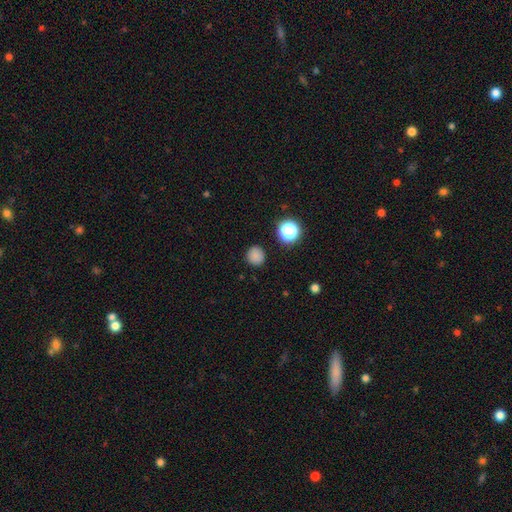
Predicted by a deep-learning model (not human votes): Morphology: type=smooth (81%); roundness=round (92%); merging=none (89%).